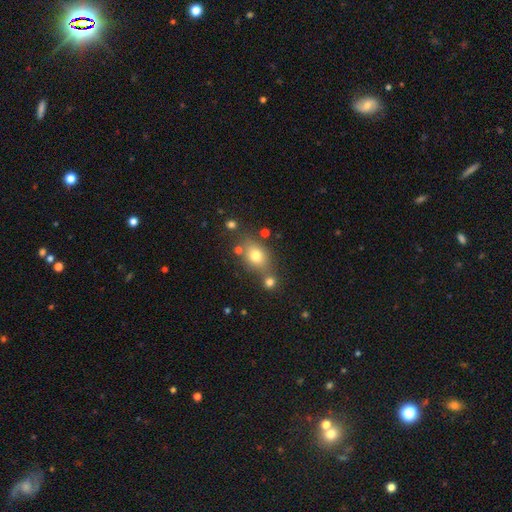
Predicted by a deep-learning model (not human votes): This appears to be a smooth galaxy with no disk features (74%) that is in between round and cigar-shaped (63%). Merging: none (61%).